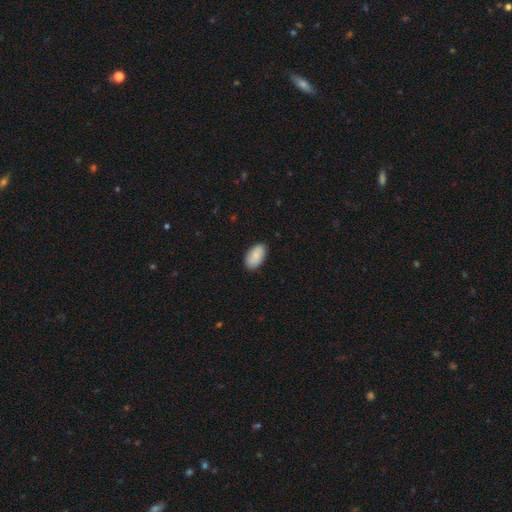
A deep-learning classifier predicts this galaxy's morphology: Smooth or featured: smooth — 85% (featured or disk — 9%)
How rounded: in between — 95% (round — 3%)
Merging: none — 86% (minor disturbance — 11%)